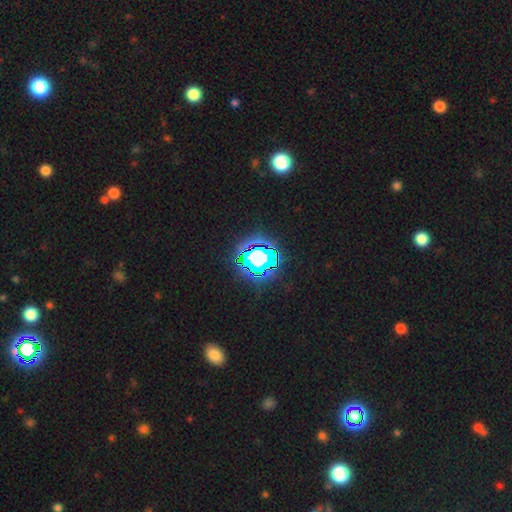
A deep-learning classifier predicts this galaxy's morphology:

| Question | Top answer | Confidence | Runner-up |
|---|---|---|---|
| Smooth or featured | star or artifact | 63% | smooth (20%) |